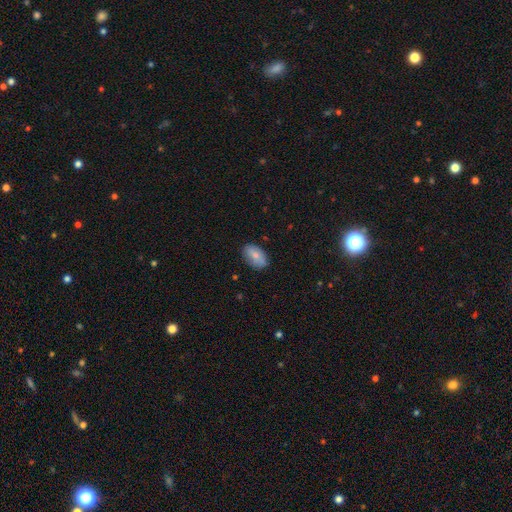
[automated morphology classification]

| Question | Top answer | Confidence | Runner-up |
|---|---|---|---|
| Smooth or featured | smooth | 75% | featured or disk (18%) |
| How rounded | in between | 91% | round (7%) |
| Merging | none | 80% | minor disturbance (16%) |